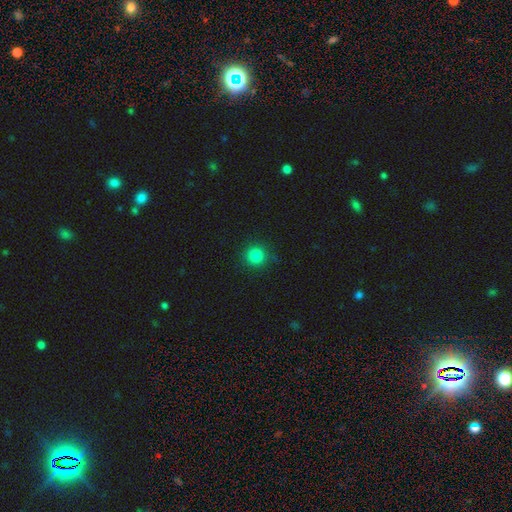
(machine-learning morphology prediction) Smooth or featured? smooth (84%)
How rounded? round (94%)
Merging? none (87%)